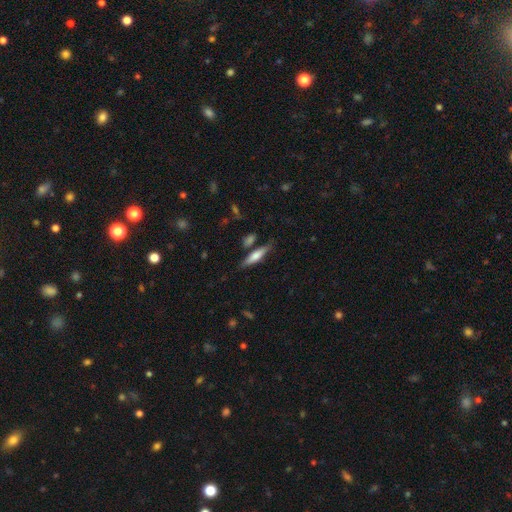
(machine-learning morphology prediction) smooth 58%, featured or disk 36%, star or artifact 6%. Down the decision tree: how rounded — cigar-shaped (77%); merging — none (78%).